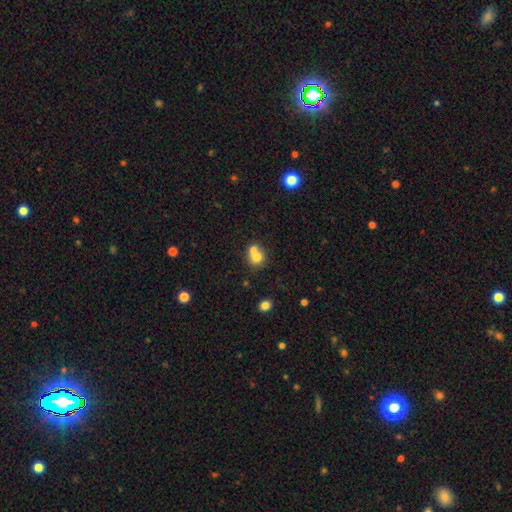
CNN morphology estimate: The model was most divided on "merging": merger: 60%, none: 28%, minor disturbance: 8%, major disturbance: 4%. More confident: smooth or featured — smooth (72%); how rounded — round (68%).